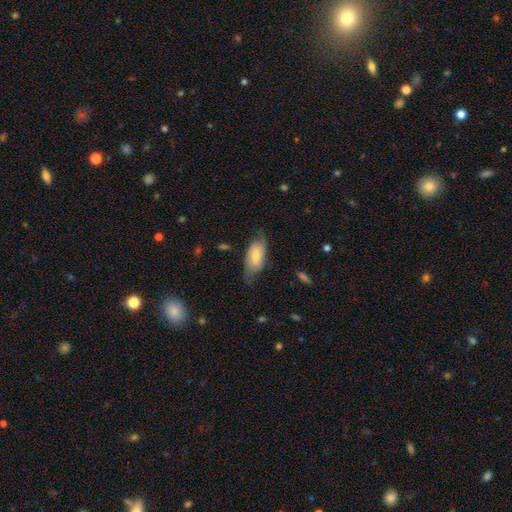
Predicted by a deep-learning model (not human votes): smooth 59%, featured or disk 34%, star or artifact 6%. Down the decision tree: how rounded — in between (89%); merging — none (59%).